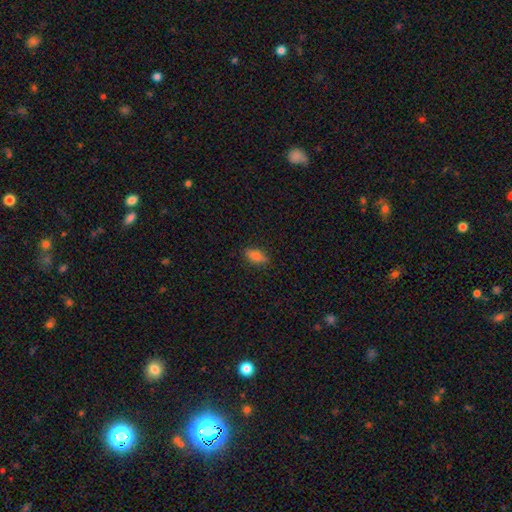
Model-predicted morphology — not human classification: smooth 79%, featured or disk 11%, star or artifact 10%. Down the decision tree: how rounded — in between (83%); merging — none (83%).